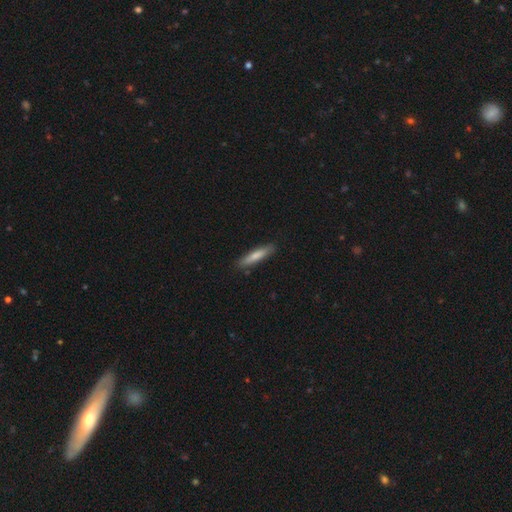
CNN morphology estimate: The model was most divided on "smooth or featured": smooth: 74%, featured or disk: 20%, star or artifact: 5%. More confident: merging — none (87%); how rounded — cigar-shaped (86%).